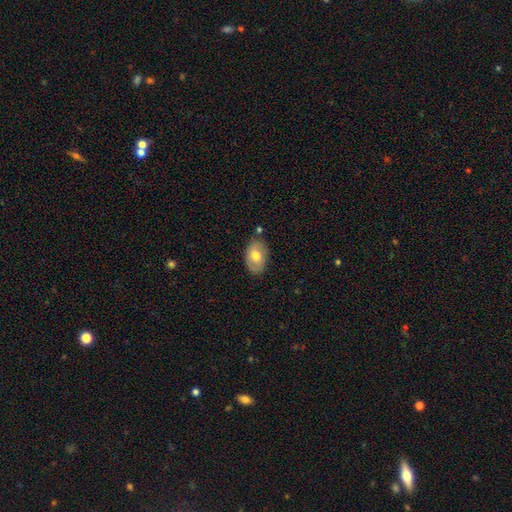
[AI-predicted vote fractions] A smooth galaxy with no disk features (69%) that is in between round and cigar-shaped (88%). Merging: none (76%).